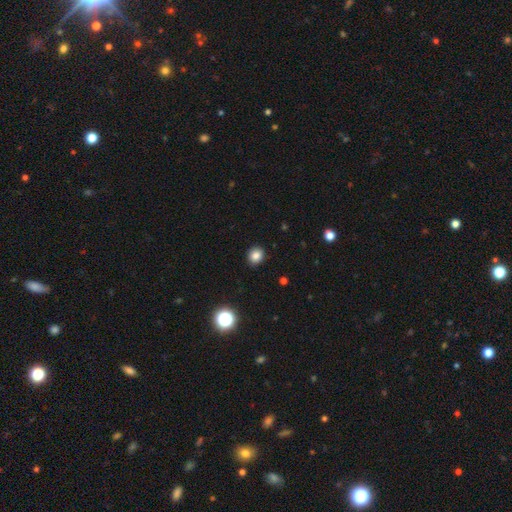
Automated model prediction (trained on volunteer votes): A smooth galaxy with no disk features (82%) that is round (77%).

Vote fractions:
- Smooth or featured? smooth: 82% / star or artifact: 12% / featured or disk: 6%
- How rounded? round: 77% / in between: 22% / cigar-shaped: 1%
- Merging? none: 91% / minor disturbance: 7% / major disturbance: 2% / merger: 1%